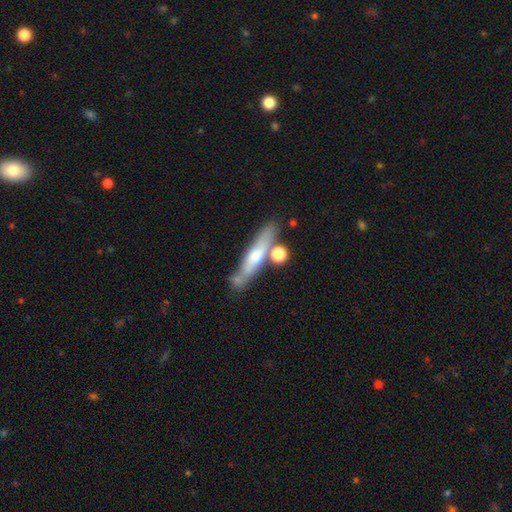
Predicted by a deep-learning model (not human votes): The model was most divided on "smooth or featured": smooth: 48%, featured or disk: 44%, star or artifact: 8%. More confident: merging — none (64%).